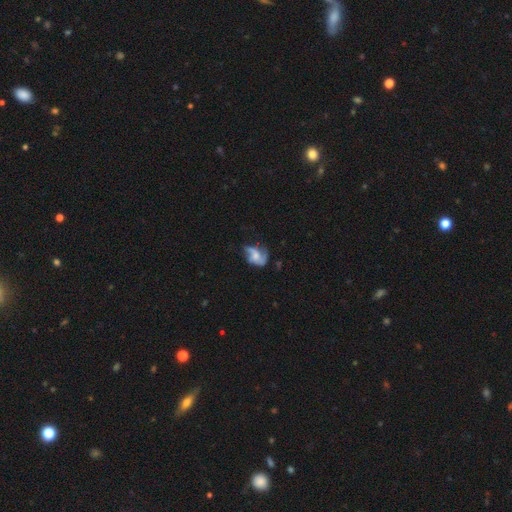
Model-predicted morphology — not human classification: This is likely a featured or disk galaxy (64%). It is clearly not viewed edge-on (97%). Bar: likely no (64%). Spiral arm pattern: clearly yes (80%). Central bulge: marginally small (35%, tied with moderate). Merging: marginally none (40%).